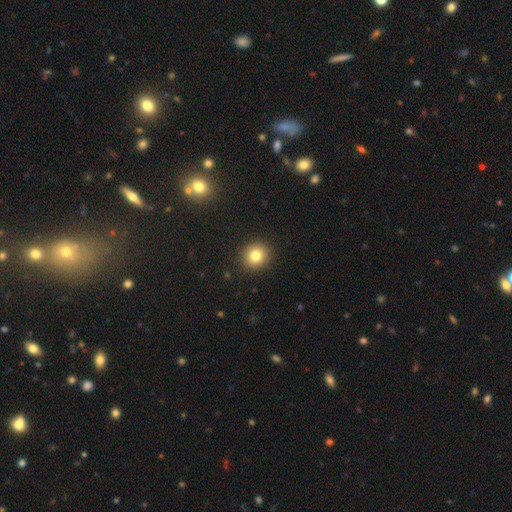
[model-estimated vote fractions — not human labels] Smooth or featured? Predicted: smooth (p=0.81). How rounded? Predicted: round (p=0.86). Merging? Predicted: none (p=0.91).